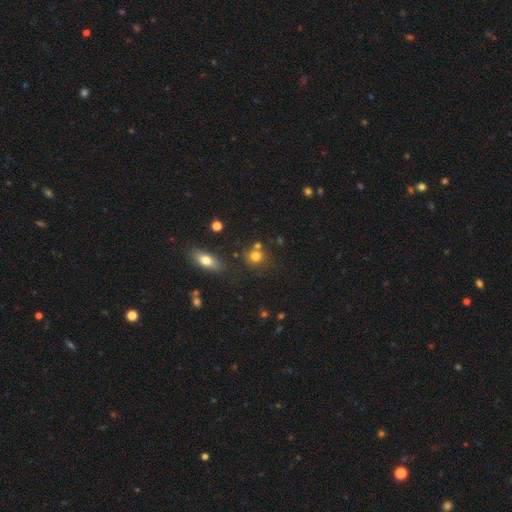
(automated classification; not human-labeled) Smooth or featured? smooth (76%)
How rounded? round (79%)
Merging? none (65%)